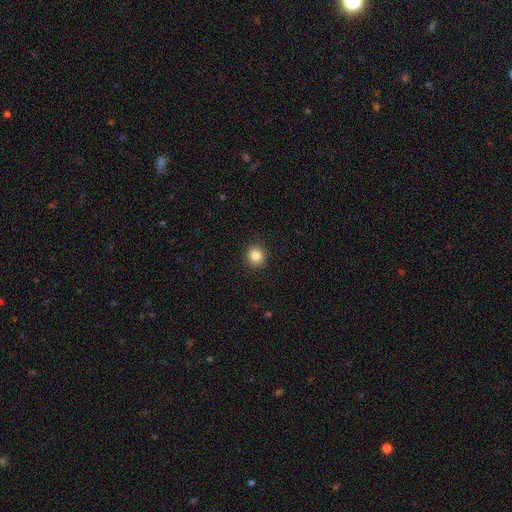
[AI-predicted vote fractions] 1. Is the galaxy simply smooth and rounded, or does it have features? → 86% smooth, 10% star or artifact, 4% featured or disk.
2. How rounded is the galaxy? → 89% round, 10% in between, 1% cigar-shaped.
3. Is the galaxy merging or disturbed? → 92% none, 6% minor disturbance, 2% major disturbance, 1% merger.